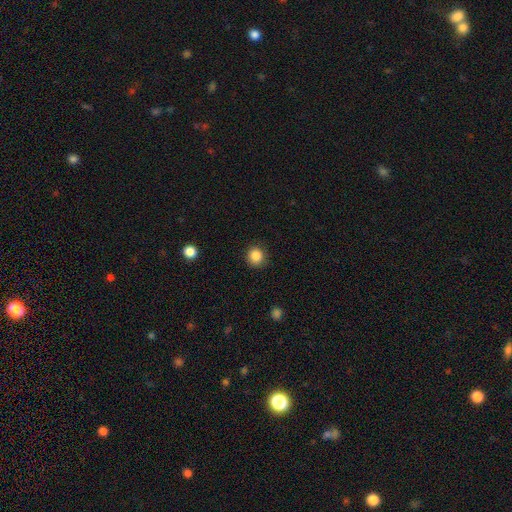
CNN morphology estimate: A smooth galaxy with no disk features (85%) that is round (90%).

Vote fractions:
- Smooth or featured? smooth: 85% / star or artifact: 11% / featured or disk: 4%
- How rounded? round: 90% / in between: 9% / cigar-shaped: 1%
- Merging? none: 88% / minor disturbance: 8% / major disturbance: 2% / merger: 1%